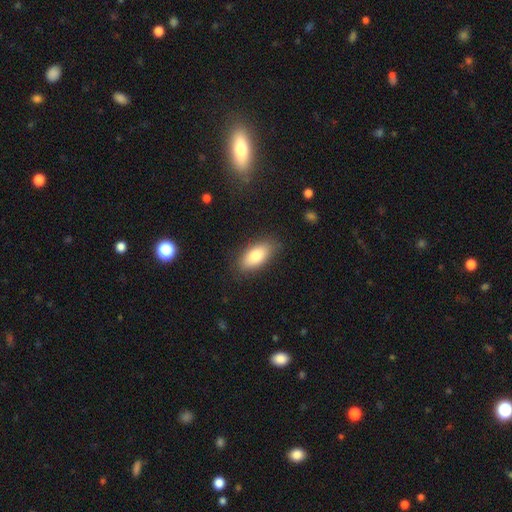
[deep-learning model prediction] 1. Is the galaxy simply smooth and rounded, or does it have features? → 80% smooth, 13% featured or disk, 7% star or artifact.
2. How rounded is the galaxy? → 89% in between, 8% cigar-shaped, 3% round.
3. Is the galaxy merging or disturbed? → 84% none, 12% minor disturbance, 3% major disturbance, 1% merger.